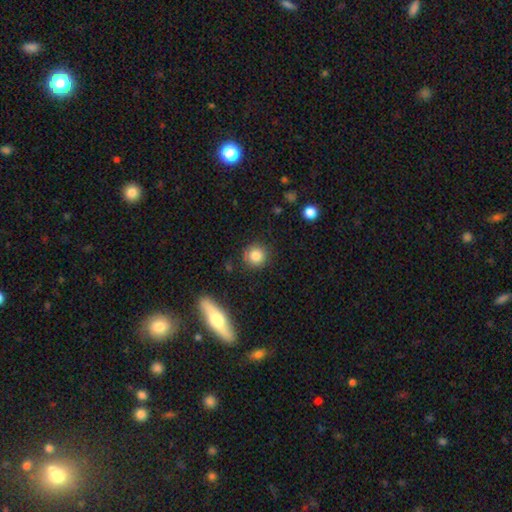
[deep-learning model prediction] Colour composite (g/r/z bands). It shows a smooth galaxy with no disk features (83%) that is round (92%). Merging: none (86%).